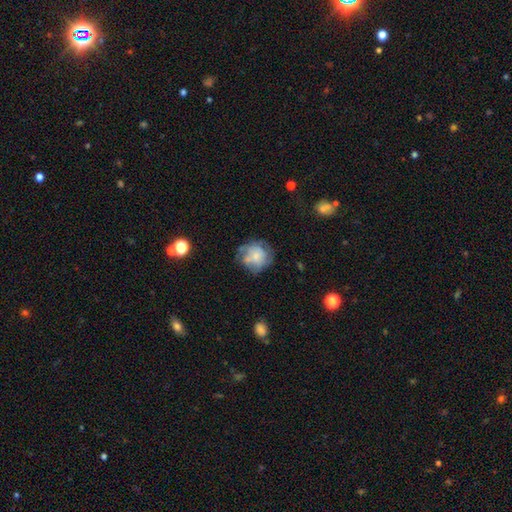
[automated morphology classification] Smooth or featured? smooth (52%)
How rounded? round (80%)
Merging? none (53%)